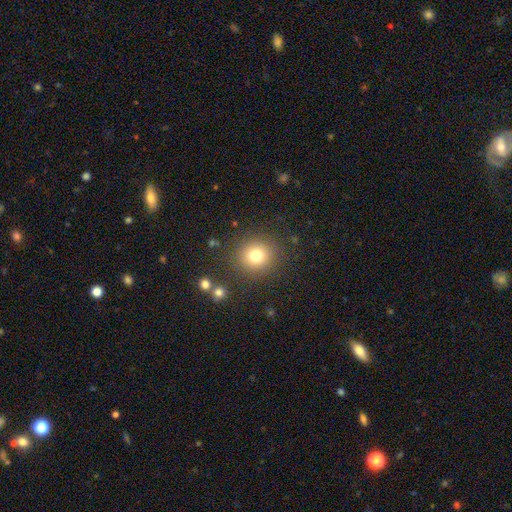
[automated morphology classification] Smooth or featured? smooth (77%)
How rounded? round (90%)
Merging? none (87%)